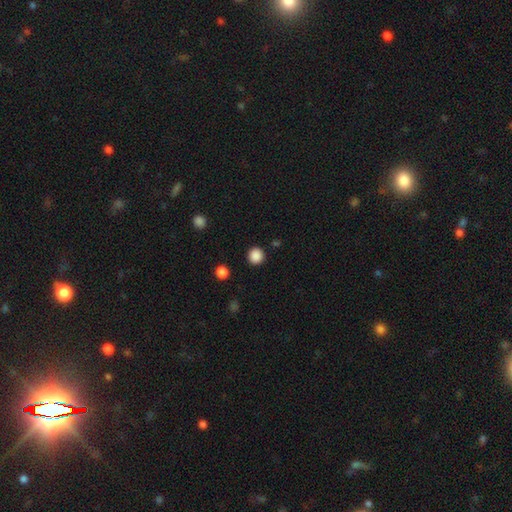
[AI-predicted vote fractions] Overall: smooth (87%). How rounded: round (93%). Merging: none (91%).